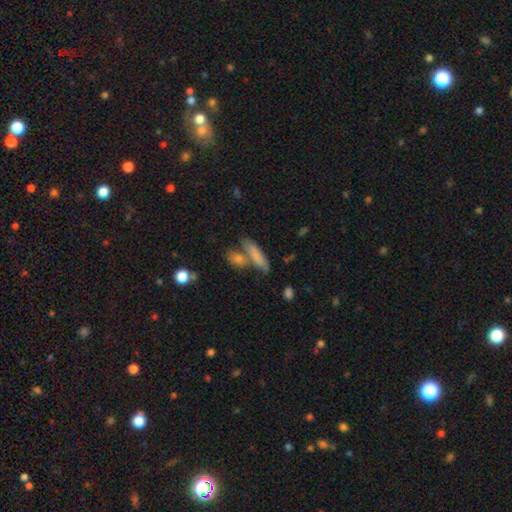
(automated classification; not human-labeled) Smooth or featured? Predicted: smooth (p=0.74). How rounded? Predicted: cigar-shaped (p=0.62). Merging? Predicted: none (p=0.52).